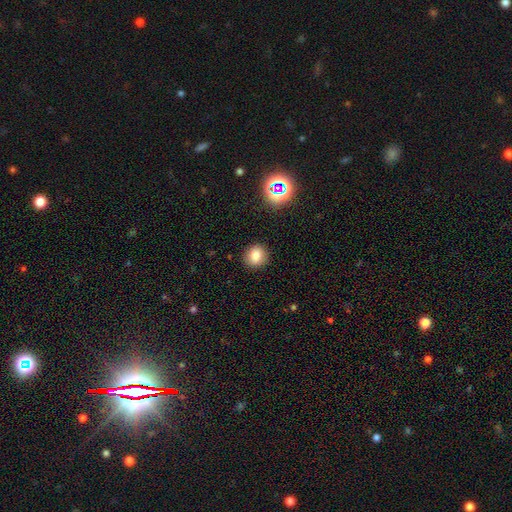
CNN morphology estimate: The model was most divided on "how rounded": round: 80%, in between: 19%, cigar-shaped: 1%. More confident: merging — none (89%); smooth or featured — smooth (80%).